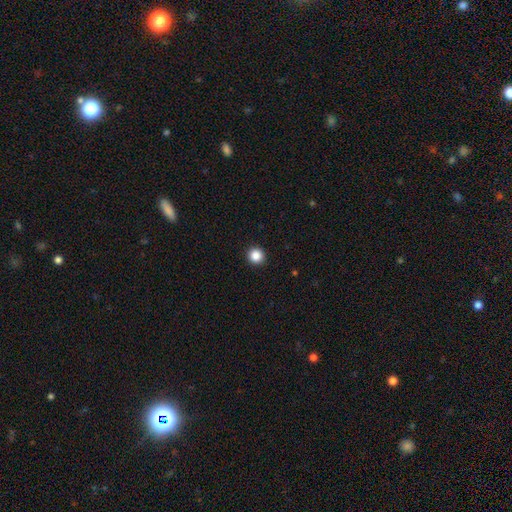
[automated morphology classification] This appears to be a smooth galaxy with no disk features (87%) that is round (96%). Merging: none (94%).